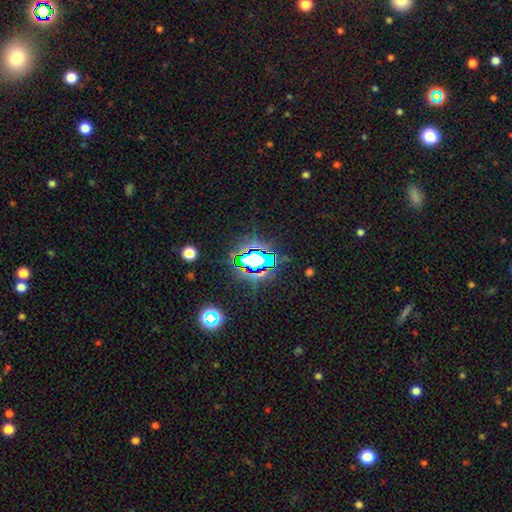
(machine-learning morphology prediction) star or artifact 70%, smooth 18%, featured or disk 12%.